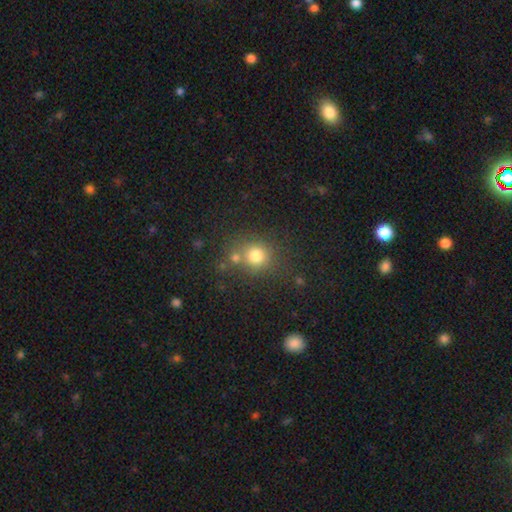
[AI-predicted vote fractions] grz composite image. It shows a smooth galaxy with no disk features (76%) that is round (87%). Merging: none (65%).